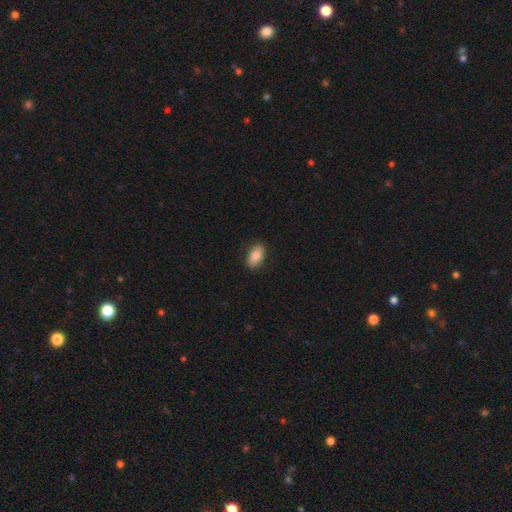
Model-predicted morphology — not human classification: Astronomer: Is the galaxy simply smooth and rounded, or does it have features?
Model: smooth — 81%.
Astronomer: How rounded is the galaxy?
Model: in between — 91%.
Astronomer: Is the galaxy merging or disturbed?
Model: none — 88%.